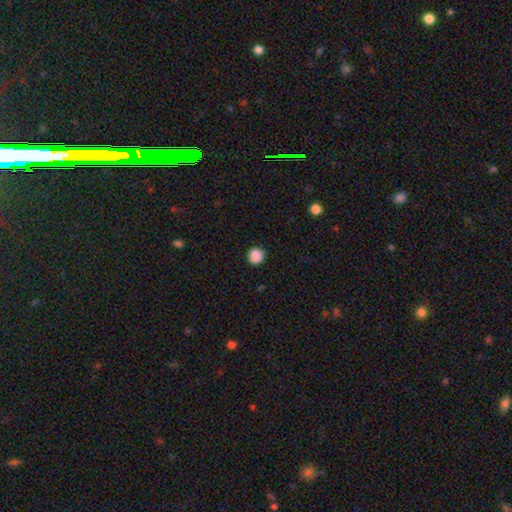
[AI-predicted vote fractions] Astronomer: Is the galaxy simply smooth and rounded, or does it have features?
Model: smooth — 87%.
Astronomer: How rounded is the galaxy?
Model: round — 92%.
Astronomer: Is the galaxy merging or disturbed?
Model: none — 88%.